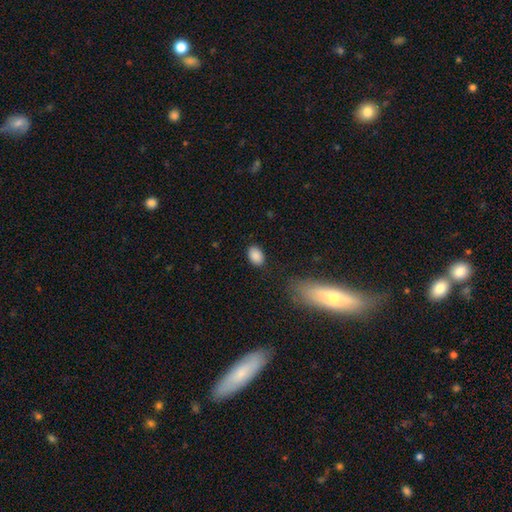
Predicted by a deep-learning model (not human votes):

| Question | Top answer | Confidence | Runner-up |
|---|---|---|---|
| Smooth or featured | smooth | 88% | star or artifact (8%) |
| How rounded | in between | 84% | round (15%) |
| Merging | none | 85% | minor disturbance (11%) |